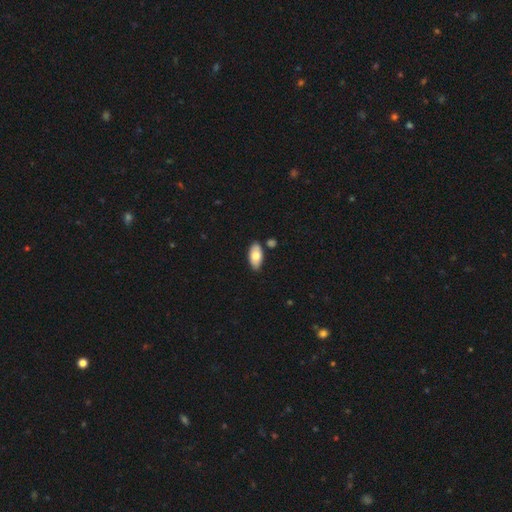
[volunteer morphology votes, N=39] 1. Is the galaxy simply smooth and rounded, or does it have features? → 82% smooth, 13% featured or disk, 5% star or artifact.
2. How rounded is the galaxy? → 88% in between, 12% cigar-shaped, 0% round.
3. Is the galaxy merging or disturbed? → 76% none, 16% minor disturbance, 5% major disturbance, 3% merger.